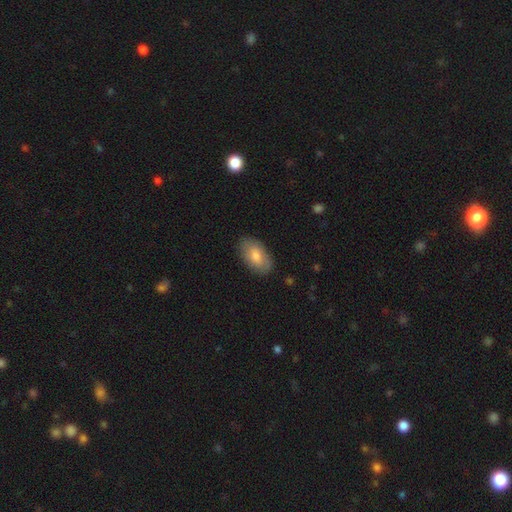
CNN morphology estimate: A smooth galaxy with no disk features (78%) that is in between round and cigar-shaped (94%).

Vote fractions:
- Smooth or featured? smooth: 78% / featured or disk: 16% / star or artifact: 6%
- How rounded? in between: 94% / round: 4% / cigar-shaped: 2%
- Merging? none: 85% / minor disturbance: 12% / major disturbance: 3% / merger: 1%